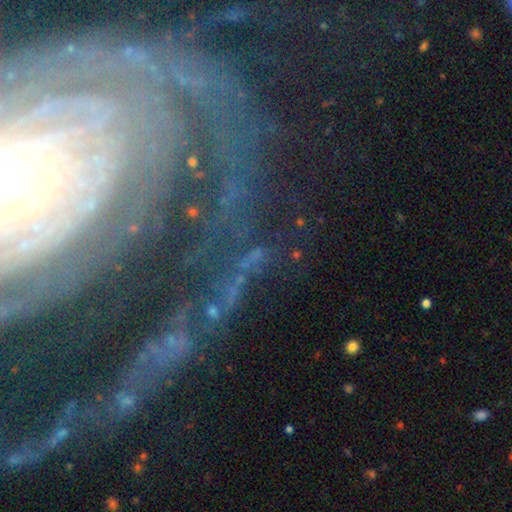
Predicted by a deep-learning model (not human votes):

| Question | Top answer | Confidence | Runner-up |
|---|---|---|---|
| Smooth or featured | star or artifact | 57% | featured or disk (27%) |